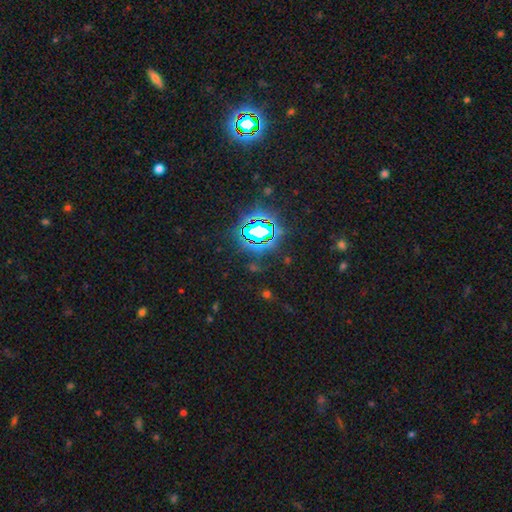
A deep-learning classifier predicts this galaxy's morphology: Smooth or featured: star or artifact — 82% (smooth — 11%)